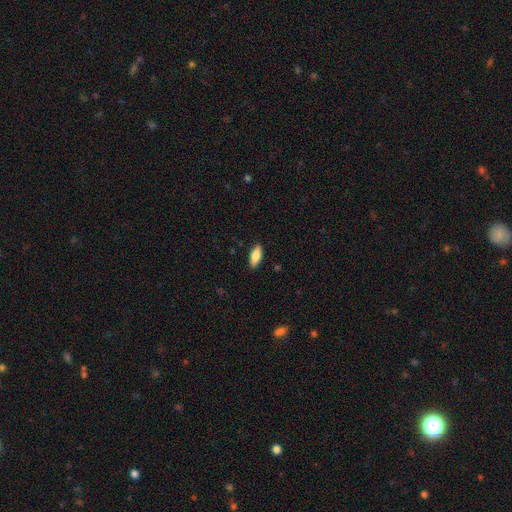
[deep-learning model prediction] This appears to be a smooth galaxy with no disk features (79%) that is in between round and cigar-shaped (76%). Merging: none (89%).